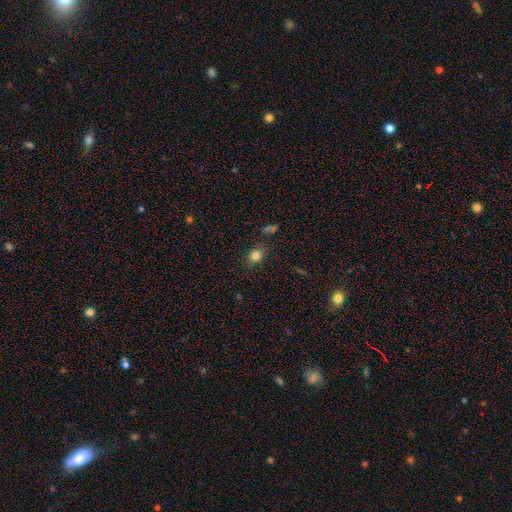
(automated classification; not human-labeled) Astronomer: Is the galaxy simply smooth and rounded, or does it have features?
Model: smooth — 81%.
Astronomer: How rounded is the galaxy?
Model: round — 50% (runner-up: in between, 49%).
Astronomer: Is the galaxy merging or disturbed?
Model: none — 83%.